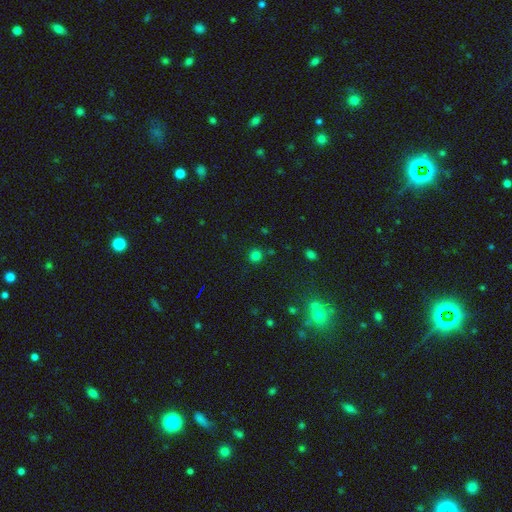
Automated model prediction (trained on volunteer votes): The model was most divided on "smooth or featured": smooth: 75%, star or artifact: 20%, featured or disk: 5%. More confident: how rounded — round (92%); merging — none (86%).